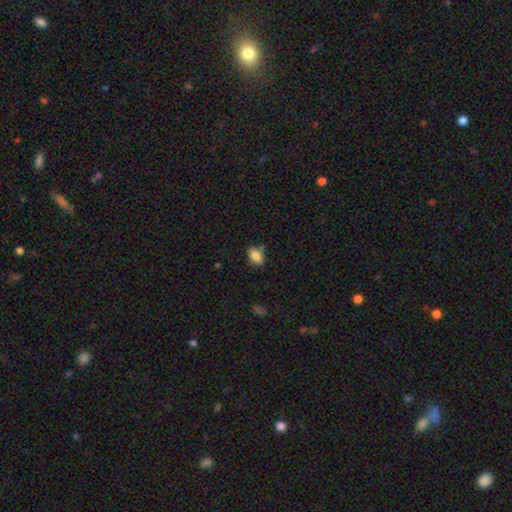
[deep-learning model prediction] Smooth or featured: smooth — 85% (star or artifact — 9%)
How rounded: in between — 88% (round — 9%)
Merging: none — 64% (minor disturbance — 21%)